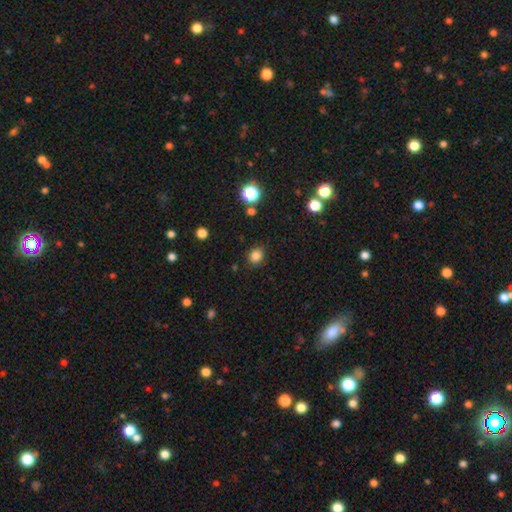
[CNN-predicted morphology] smooth_or_featured: smooth (p=0.84) [alt: star or artifact p=0.12]
how_rounded: round (p=0.71) [alt: in between p=0.28]
merging: none (p=0.88) [alt: minor disturbance p=0.08]